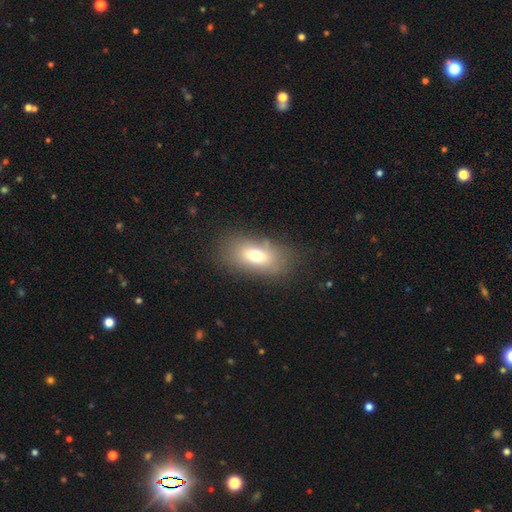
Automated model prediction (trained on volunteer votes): Q: Smooth or featured?
A: smooth (70%); runner-up: featured or disk (18%)
Q: How rounded?
A: in between (85%); runner-up: round (10%)
Q: Merging?
A: none (77%); runner-up: minor disturbance (14%)